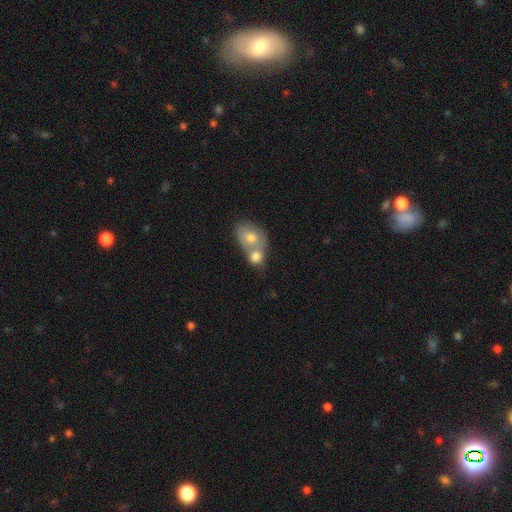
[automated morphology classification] The model was most divided on "how rounded": in between: 52%, round: 47%, cigar-shaped: 2%. More confident: smooth or featured — smooth (73%); merging — merger (70%).